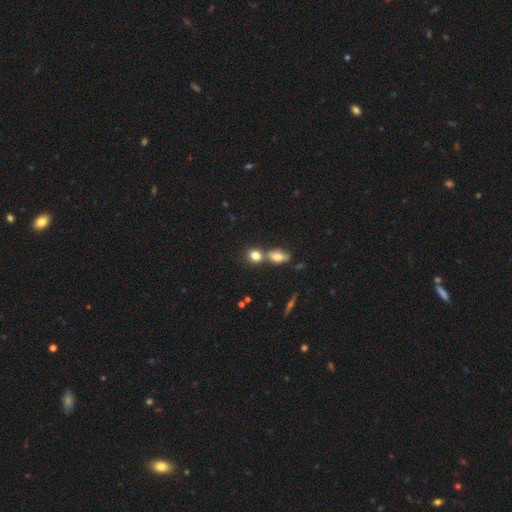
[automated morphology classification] This appears to be a smooth galaxy with no disk features (79%) that is round (58%). Merging: none (48%).